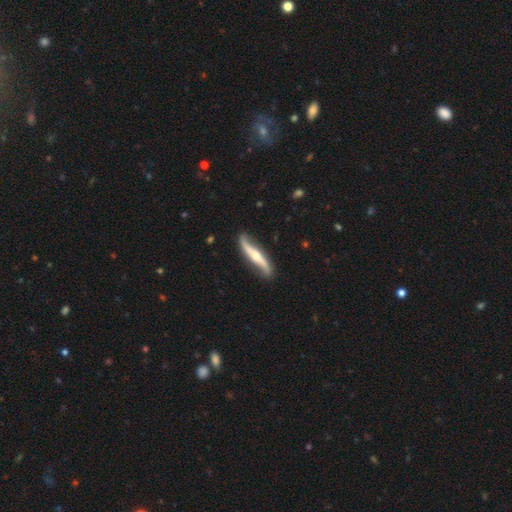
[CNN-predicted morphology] Overall: featured or disk (78%). Edge-on disk: no (52%; yes 48%). Merging: none (79%).